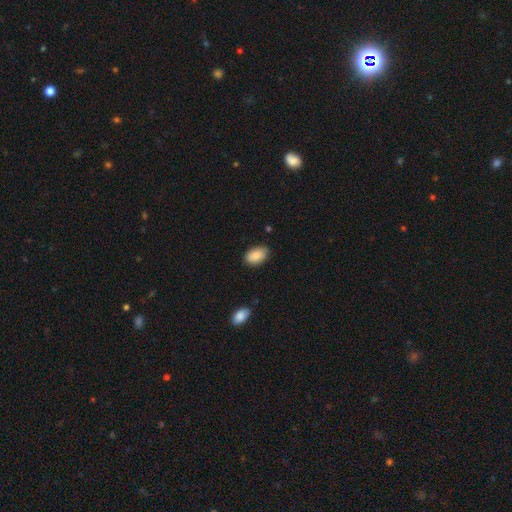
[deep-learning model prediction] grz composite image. It shows a smooth galaxy with no disk features (88%) that is in between round and cigar-shaped (93%). Merging: none (82%).